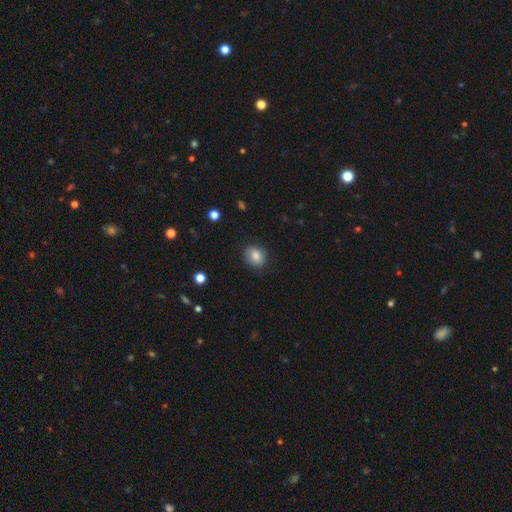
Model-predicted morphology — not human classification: This is clearly a smooth galaxy (83%). How rounded: possibly round (58%). Merging: likely none (79%).